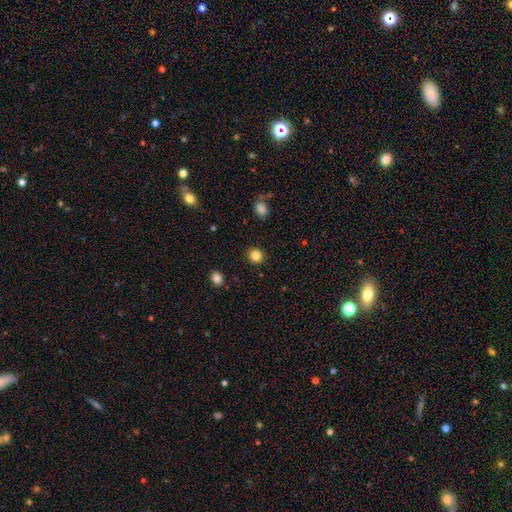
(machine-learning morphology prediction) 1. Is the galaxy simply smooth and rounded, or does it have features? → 85% smooth, 11% star or artifact, 5% featured or disk.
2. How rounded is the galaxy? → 83% round, 16% in between, 1% cigar-shaped.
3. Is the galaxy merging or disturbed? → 91% none, 6% minor disturbance, 2% major disturbance, 1% merger.